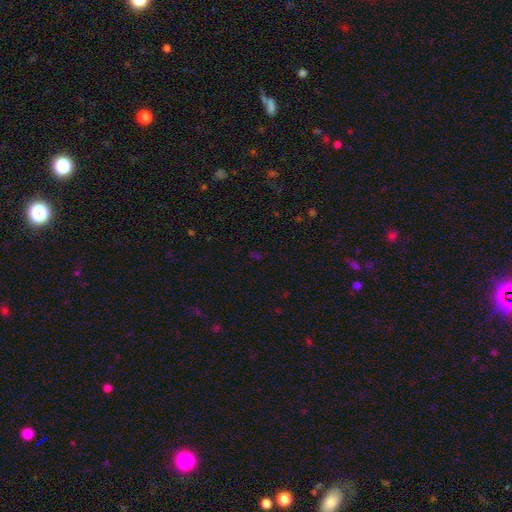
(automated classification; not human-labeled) A star or artifact, not a galaxy (65%).

Vote fractions:
- Smooth or featured? star or artifact: 65% / smooth: 26% / featured or disk: 8%